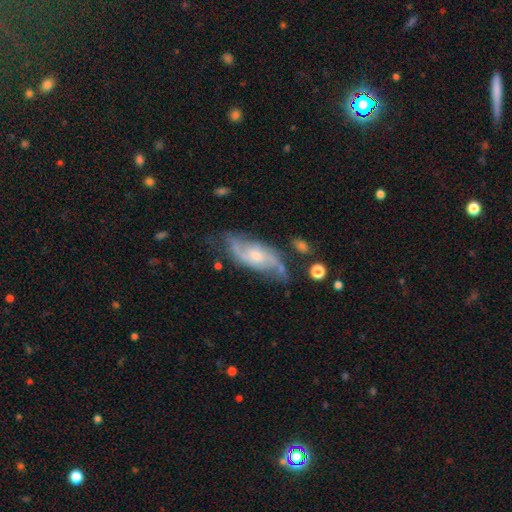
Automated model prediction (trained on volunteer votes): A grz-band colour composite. It shows a featured or disk galaxy (81%) with no bar (59%), 2 (77%) medium (45%) spiral arms (94%) and a moderate central bulge (46%). Merging: none (64%).